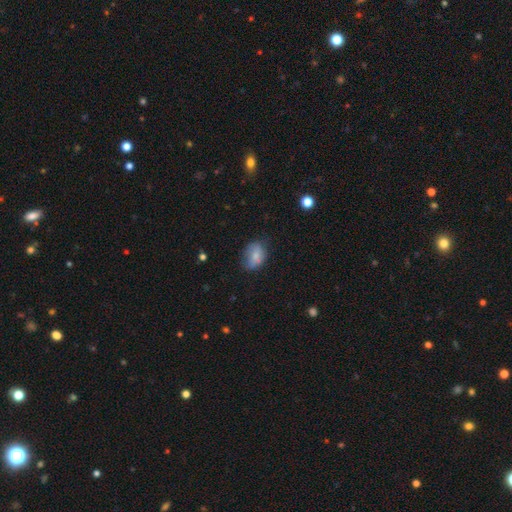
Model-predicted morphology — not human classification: smooth 75%, featured or disk 16%, star or artifact 9%. Down the decision tree: how rounded — in between (78%); merging — none (57%).